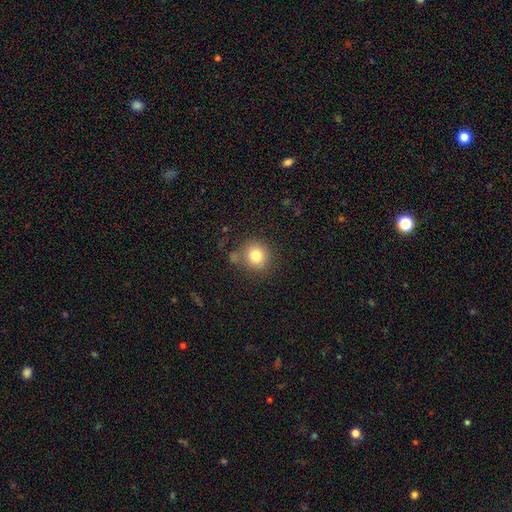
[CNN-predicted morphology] smooth 80%, star or artifact 11%, featured or disk 9%. Down the decision tree: how rounded — round (85%); merging — none (72%).